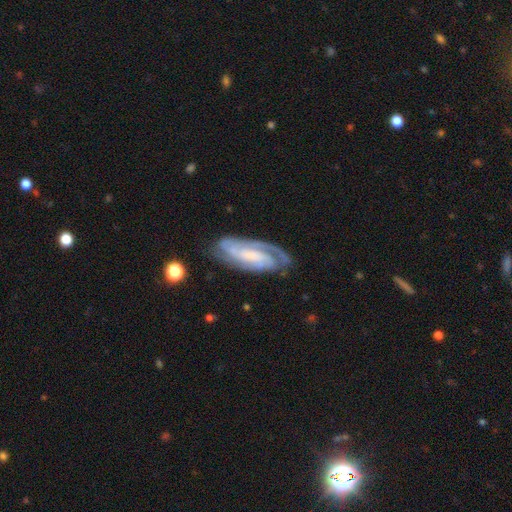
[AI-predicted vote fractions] The model was most divided on "bar": no: 41%, weak: 37%, strong: 22%. Remaining: spiral arms — yes (97%); edge-on disk — no (93%); smooth or featured — featured or disk (84%); merging — none (72%); spiral winding — tight (54%); spiral arm count — 2 (49%); bulge size — small (39%).